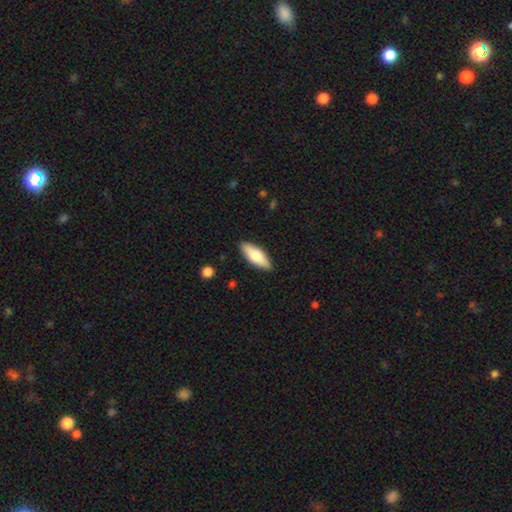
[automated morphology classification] Q: Smooth or featured?
A: smooth (70%); runner-up: featured or disk (24%)
Q: How rounded?
A: in between (66%); runner-up: cigar-shaped (31%)
Q: Merging?
A: none (88%); runner-up: minor disturbance (9%)